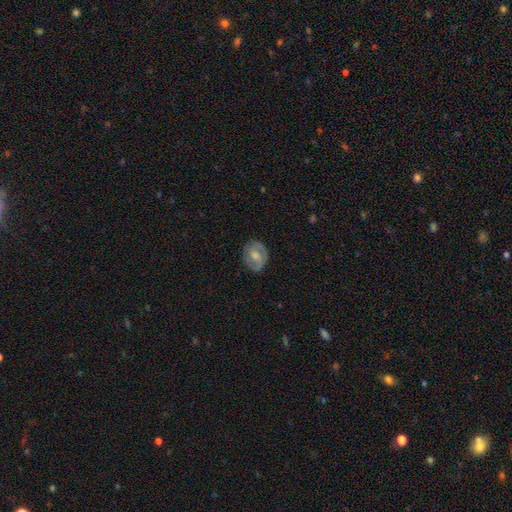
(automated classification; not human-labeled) smooth-or-featured: featured or disk: 51% | smooth: 43% | star or artifact: 7%
  disk-edge-on: no: 96% | yes: 4%
  merging: none: 78% | minor disturbance: 16% | major disturbance: 5% | merger: 1%